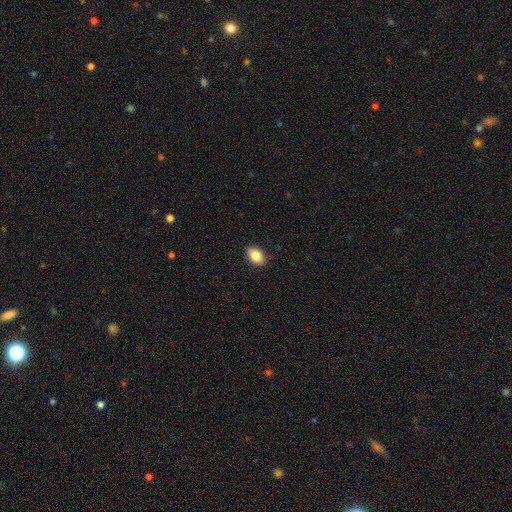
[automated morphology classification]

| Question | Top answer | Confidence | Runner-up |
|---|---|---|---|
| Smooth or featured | smooth | 85% | star or artifact (8%) |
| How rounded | in between | 81% | round (18%) |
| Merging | none | 88% | minor disturbance (9%) |